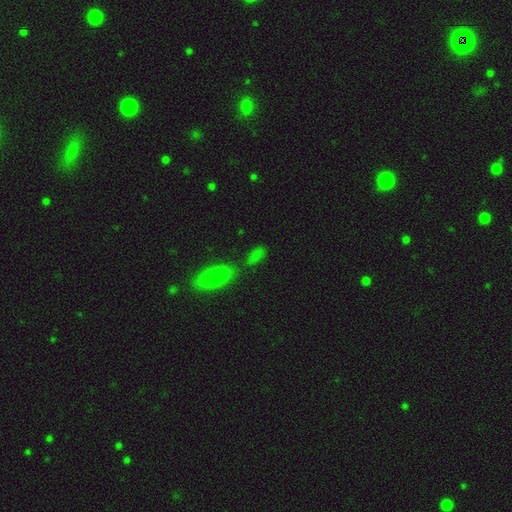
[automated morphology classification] smooth 73%, star or artifact 19%, featured or disk 8%. Down the decision tree: how rounded — in between (74%); merging — none (55%).